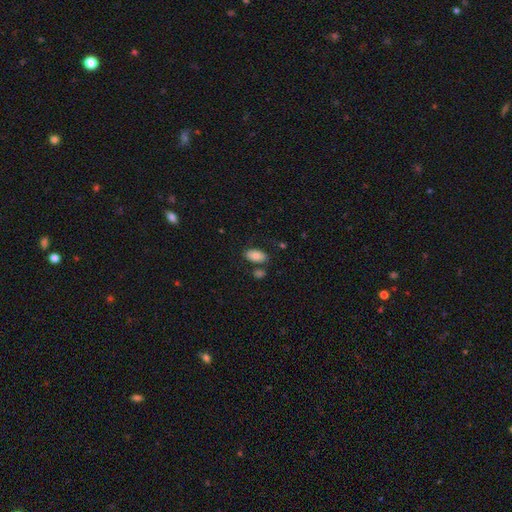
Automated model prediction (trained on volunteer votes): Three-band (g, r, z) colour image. It shows a smooth galaxy with no disk features (77%) that is in between round and cigar-shaped (93%). Merging: none (74%).